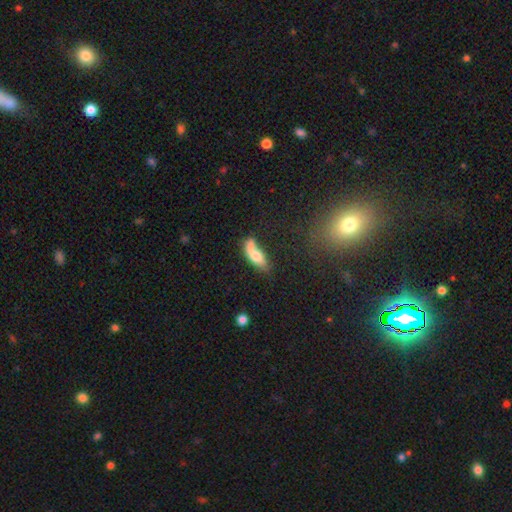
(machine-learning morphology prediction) This is likely a smooth galaxy (62%). How rounded: likely in between (68%). Merging: marginally none (37%).